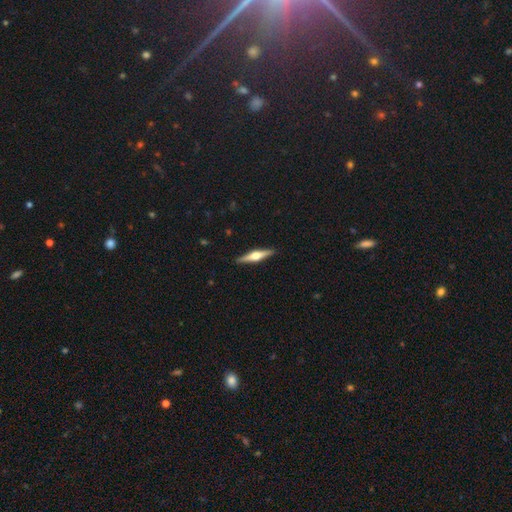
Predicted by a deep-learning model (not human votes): featured or disk 72%, smooth 23%, star or artifact 5%. Down the decision tree: edge-on disk — yes (98%); edge-on bulge — rounded (94%); merging — none (91%).